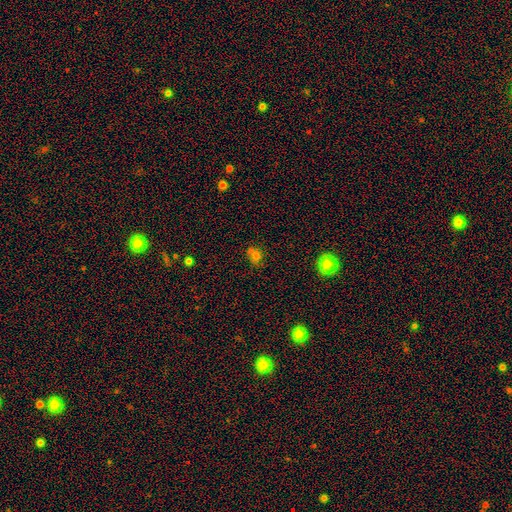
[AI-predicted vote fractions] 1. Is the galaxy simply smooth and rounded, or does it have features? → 69% smooth, 19% star or artifact, 11% featured or disk.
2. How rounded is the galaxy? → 69% round, 29% in between, 1% cigar-shaped.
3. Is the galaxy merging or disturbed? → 49% none, 35% merger, 12% minor disturbance, 4% major disturbance.